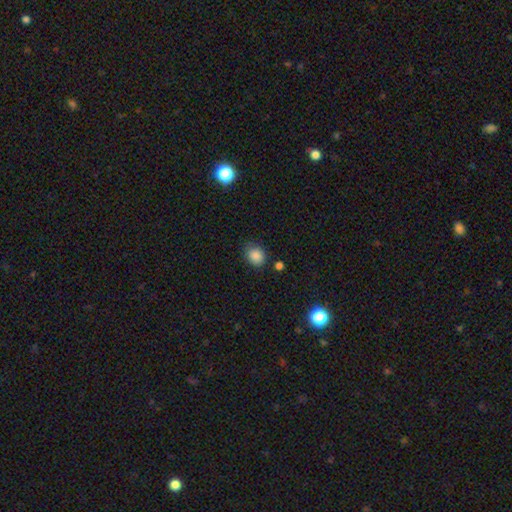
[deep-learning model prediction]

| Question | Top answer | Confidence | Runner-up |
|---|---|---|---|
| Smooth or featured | smooth | 86% | star or artifact (10%) |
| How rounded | round | 60% | in between (40%) |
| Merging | none | 74% | minor disturbance (19%) |